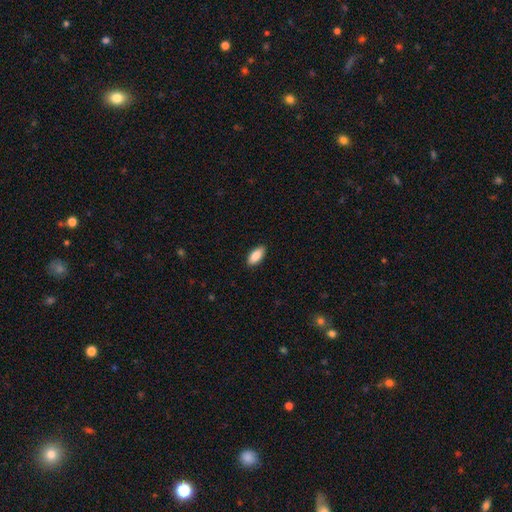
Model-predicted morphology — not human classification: smooth 89%, star or artifact 6%, featured or disk 5%. Down the decision tree: how rounded — in between (88%); merging — none (89%).